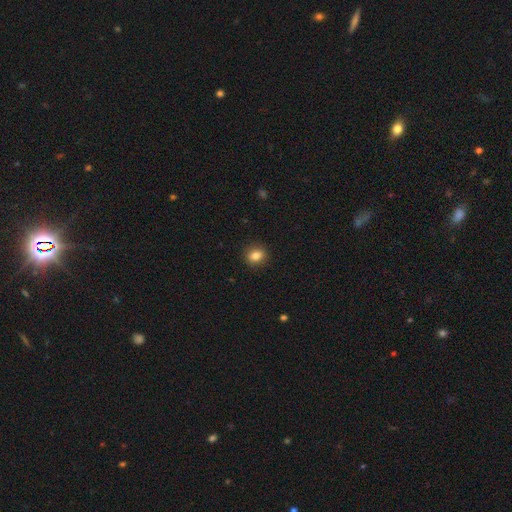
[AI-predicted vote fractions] Smooth or featured: smooth — 84% (star or artifact — 10%)
How rounded: round — 69% (in between — 30%)
Merging: none — 90% (minor disturbance — 7%)